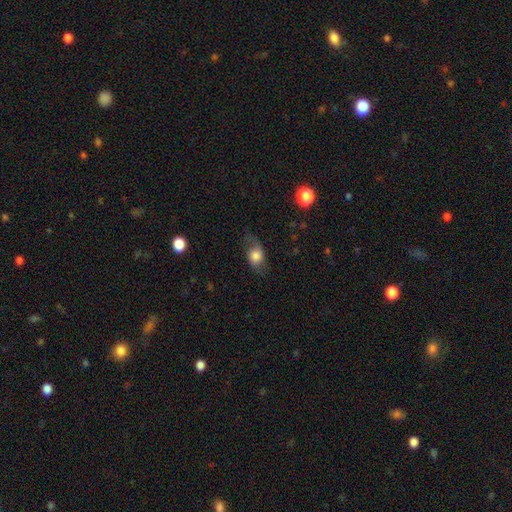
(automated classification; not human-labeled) Smooth or featured? smooth (68%)
How rounded? in between (64%)
Merging? none (56%)